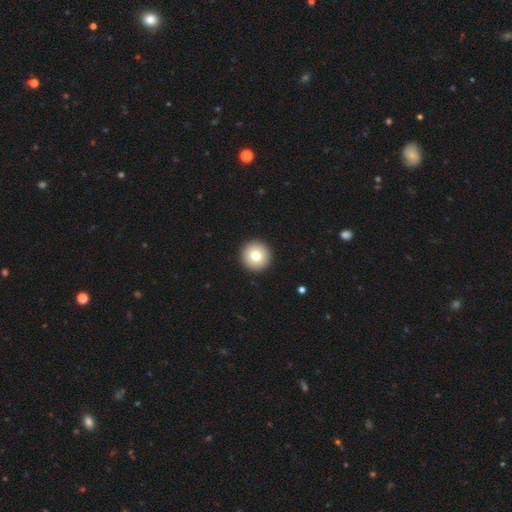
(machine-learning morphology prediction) This is likely a smooth galaxy (76%). How rounded: clearly round (97%). Merging: clearly none (94%).